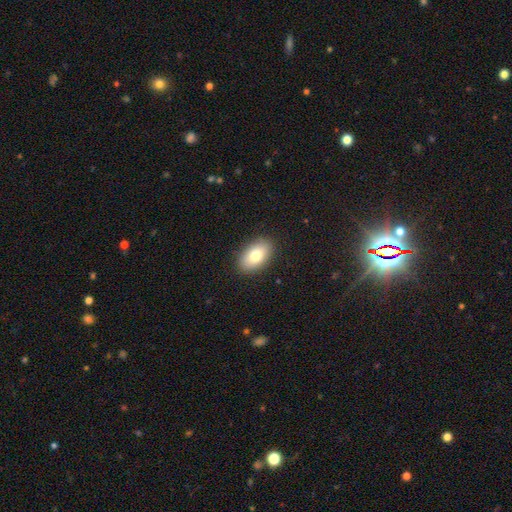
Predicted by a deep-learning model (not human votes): Smooth or featured? smooth (78%)
How rounded? in between (92%)
Merging? none (89%)